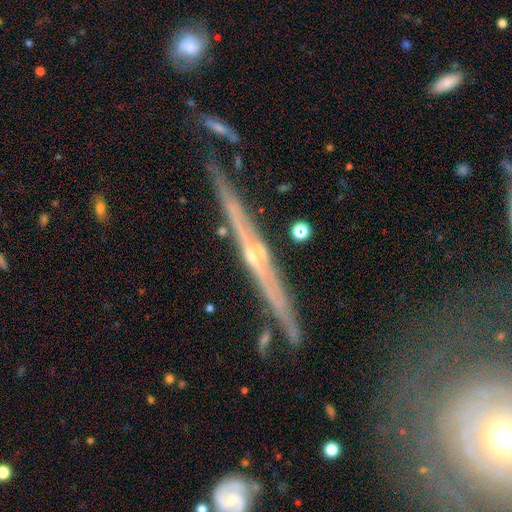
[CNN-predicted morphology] Overall: featured or disk (84%). Edge-on disk: yes (97%). Edge-on bulge: rounded (70%). Merging: none (80%).